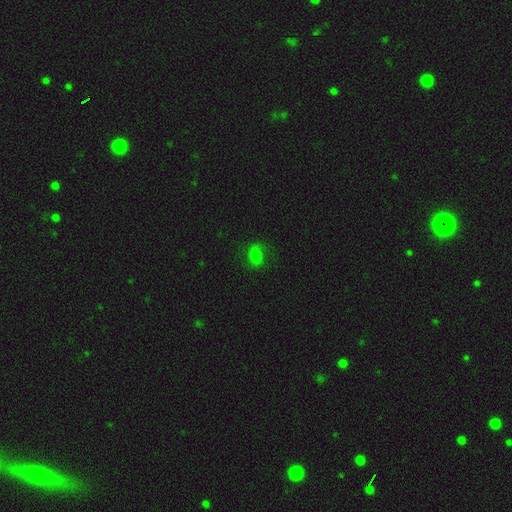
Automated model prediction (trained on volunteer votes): Smooth or featured?
  - smooth: 66% *
  - star or artifact: 18%
  - featured or disk: 16%
How rounded?
  - in between: 60% *
  - round: 38%
  - cigar-shaped: 2%
Merging?
  - none: 71% *
  - minor disturbance: 19%
  - major disturbance: 8%
  - merger: 1%